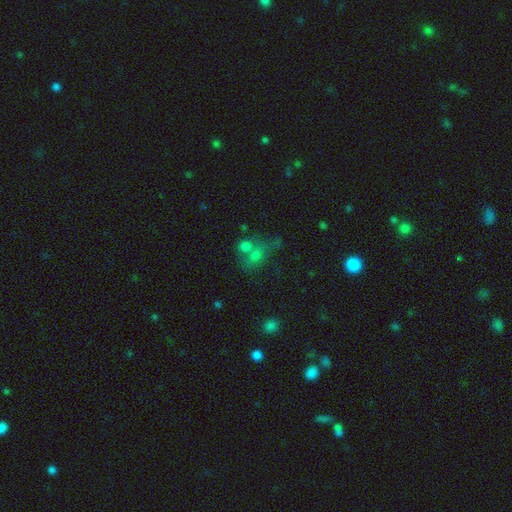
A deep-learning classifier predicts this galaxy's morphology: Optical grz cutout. It shows a smooth galaxy with no disk features (62%) that is in between round and cigar-shaped (53%). Merging: merger (47%).